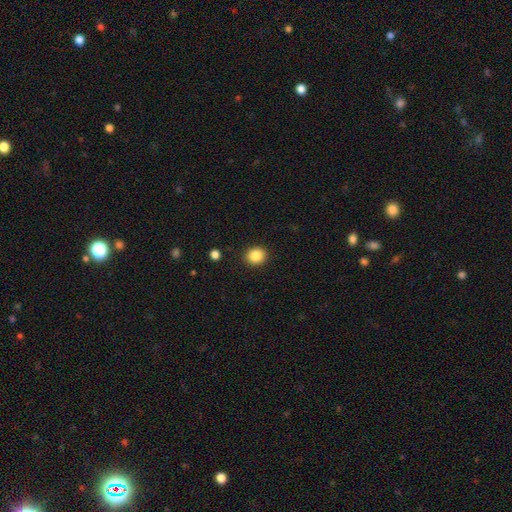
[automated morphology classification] type=smooth (86%); roundness=round (78%); merging=none (91%).